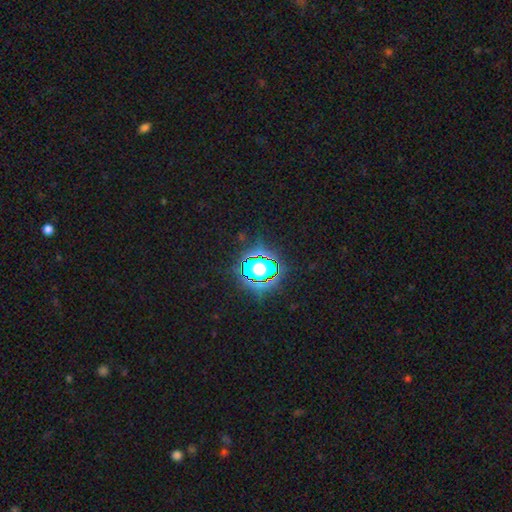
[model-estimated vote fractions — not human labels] star or artifact 81%, smooth 12%, featured or disk 7%.